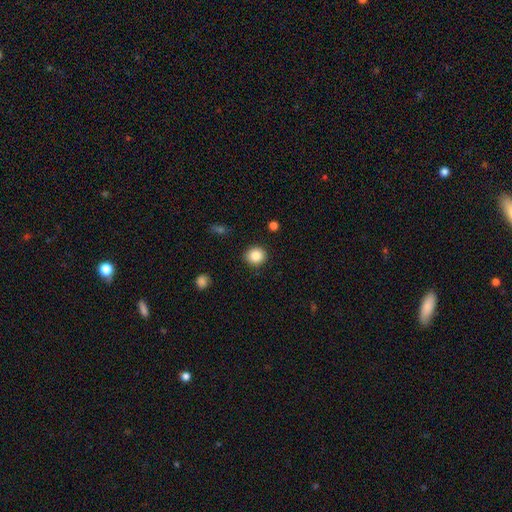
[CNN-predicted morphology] Smooth or featured? smooth (87%)
How rounded? round (86%)
Merging? none (89%)